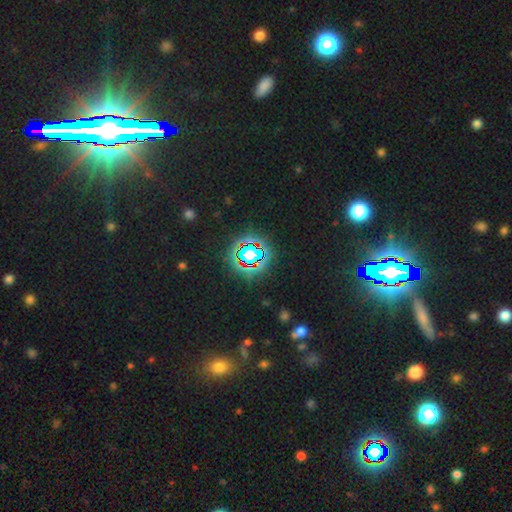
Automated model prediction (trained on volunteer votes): Smooth or featured? Predicted: star or artifact (p=0.80).